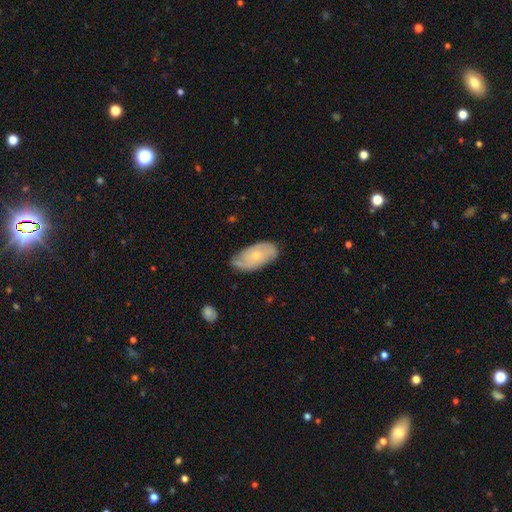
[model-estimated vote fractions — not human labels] smooth-or-featured: featured or disk: 52% | smooth: 42% | star or artifact: 6%
  disk-edge-on: no: 92% | yes: 8%
  merging: none: 63% | minor disturbance: 29% | major disturbance: 6% | merger: 2%